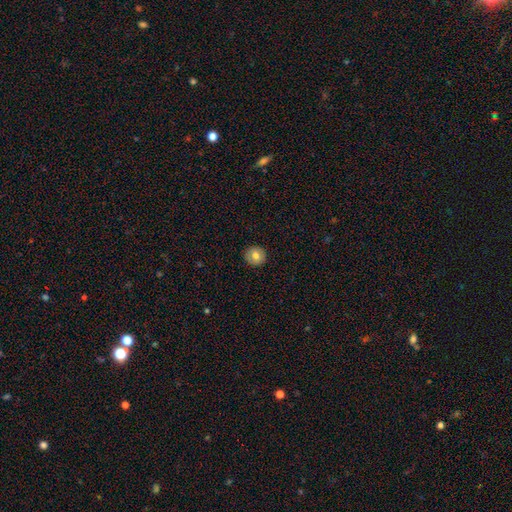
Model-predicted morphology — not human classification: This appears to be a smooth galaxy with no disk features (78%) that is round (90%). Merging: none (91%).